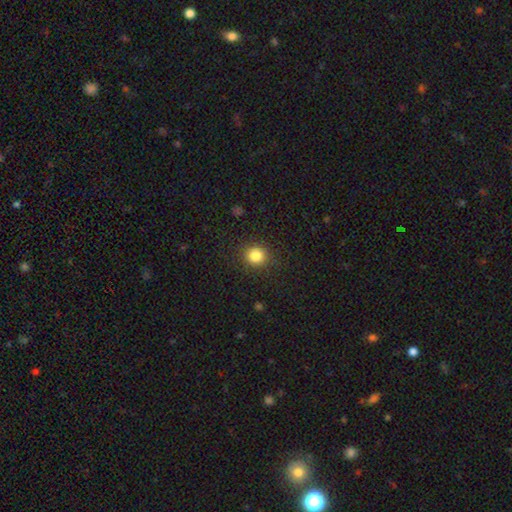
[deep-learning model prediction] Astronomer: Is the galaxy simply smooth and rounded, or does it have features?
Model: smooth — 83%.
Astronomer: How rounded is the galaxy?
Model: round — 88%.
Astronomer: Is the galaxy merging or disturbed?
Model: none — 89%.